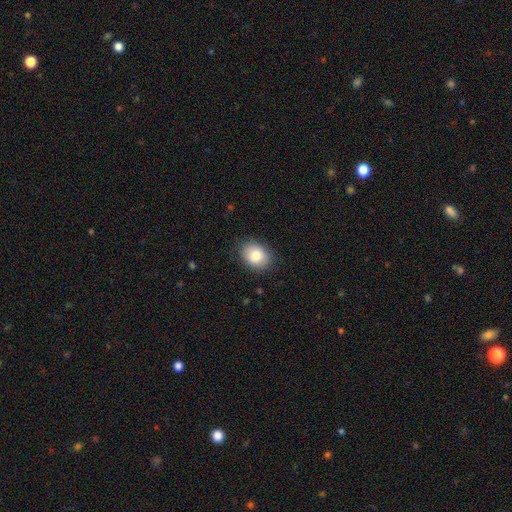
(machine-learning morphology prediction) The model was most divided on "how rounded": in between: 61%, round: 38%, cigar-shaped: 1%. More confident: merging — none (84%); smooth or featured — smooth (83%).